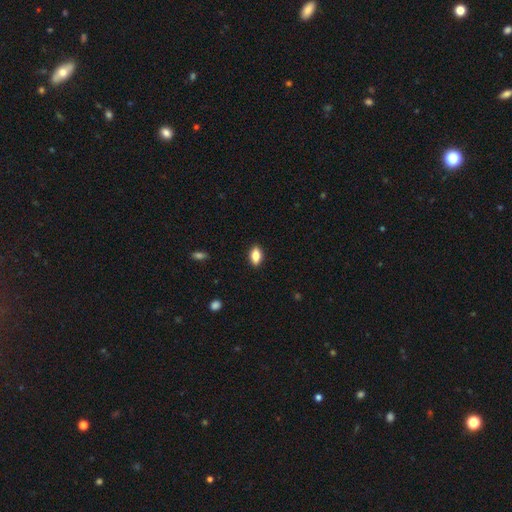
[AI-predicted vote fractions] smooth 82%, featured or disk 11%, star or artifact 8%. Down the decision tree: how rounded — in between (87%); merging — none (88%).